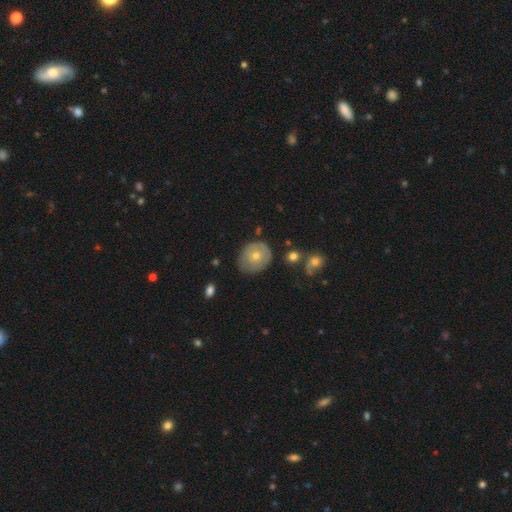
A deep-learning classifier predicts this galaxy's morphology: A smooth galaxy with no disk features (61%) that is round (75%).

Vote fractions:
- Smooth or featured? smooth: 61% / featured or disk: 31% / star or artifact: 8%
- How rounded? round: 75% / in between: 24% / cigar-shaped: 1%
- Merging? none: 66% / minor disturbance: 25% / major disturbance: 6% / merger: 3%